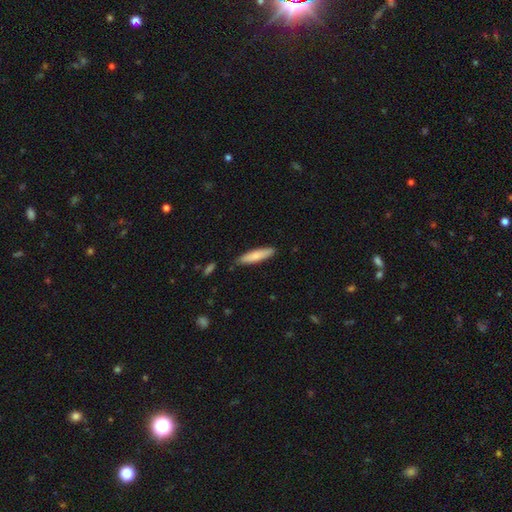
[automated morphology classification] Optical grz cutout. It shows a smooth galaxy with no disk features (78%) that is cigar-shaped (79%). Merging: none (86%).